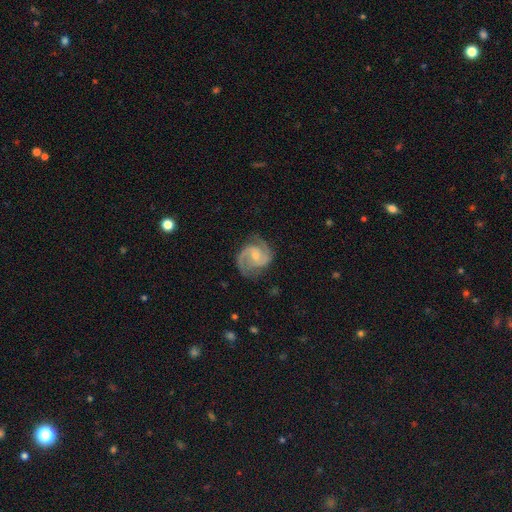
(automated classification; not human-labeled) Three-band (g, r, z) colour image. It shows a featured or disk galaxy (90%) with no bar (49%), 2 (90%) medium (57%) spiral arms (98%) and a small central bulge (53%). Merging: none (75%).